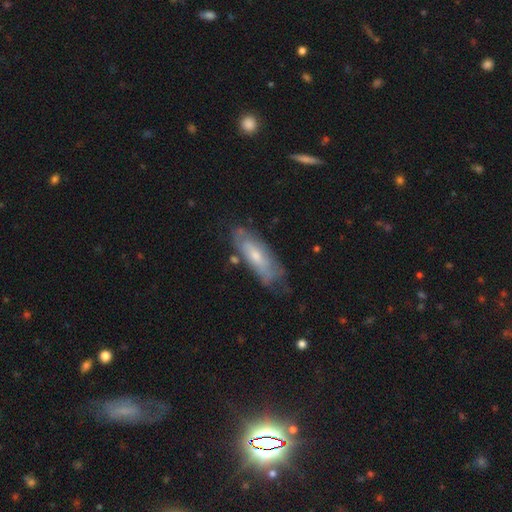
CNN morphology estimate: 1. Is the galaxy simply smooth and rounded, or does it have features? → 54% featured or disk, 40% smooth, 6% star or artifact.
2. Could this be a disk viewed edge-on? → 73% no, 27% yes.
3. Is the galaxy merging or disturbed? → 60% none, 27% minor disturbance, 10% major disturbance, 4% merger.